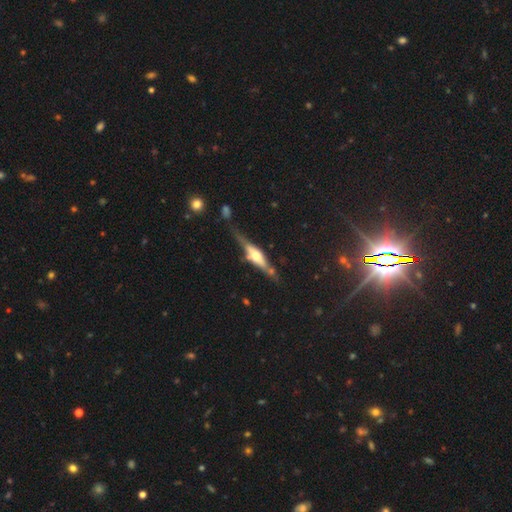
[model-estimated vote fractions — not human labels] A featured or disk galaxy (74%) viewed edge-on (94%) with a rounded central bulge (82%). Merging: none (71%).